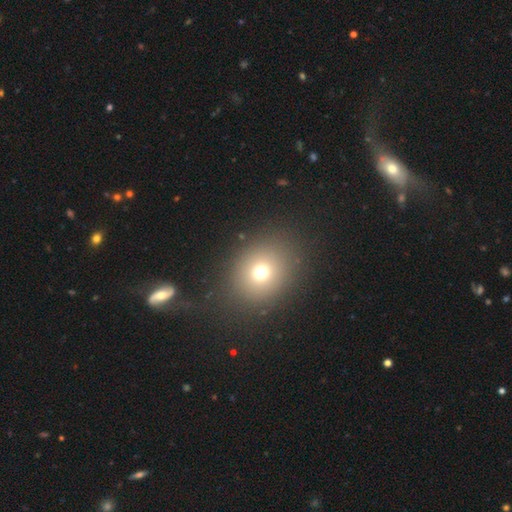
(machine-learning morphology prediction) This is likely a smooth galaxy (61%). How rounded: likely round (67%). Merging: clearly none (82%).